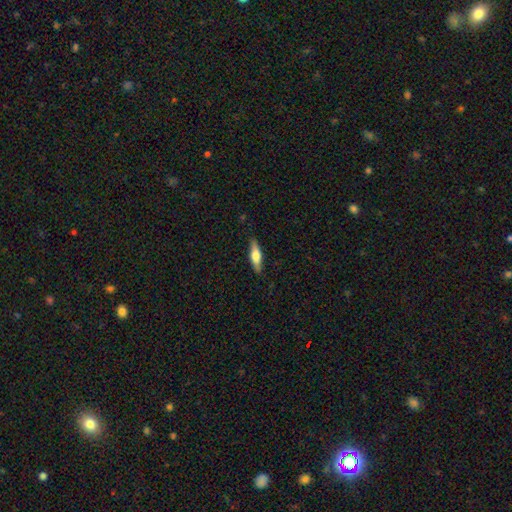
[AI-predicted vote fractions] The model was most divided on "smooth or featured": smooth: 53%, featured or disk: 41%, star or artifact: 6%. More confident: merging — none (87%); how rounded — cigar-shaped (64%).